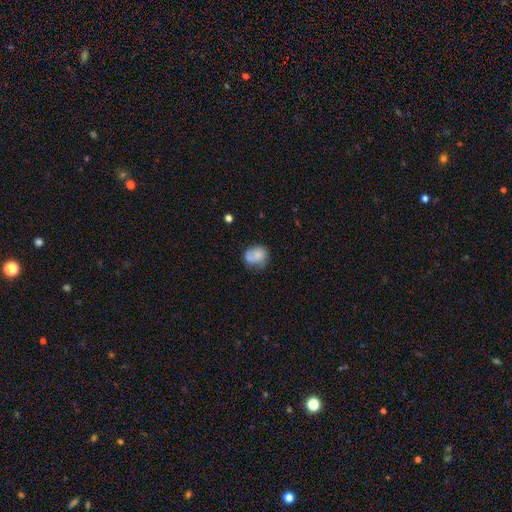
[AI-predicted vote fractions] A smooth galaxy with no disk features (69%) that is round (63%). Merging: none (52%).